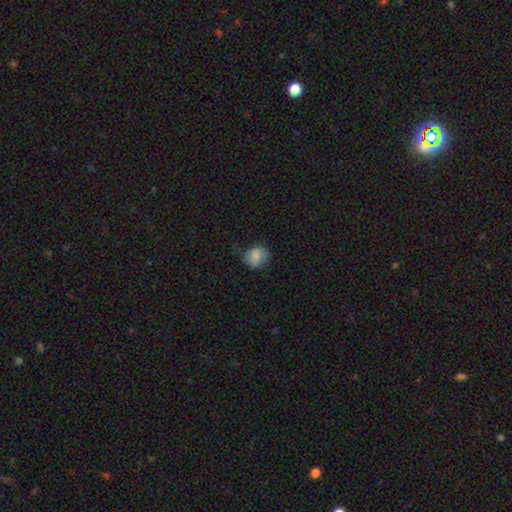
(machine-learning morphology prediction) Overall: smooth (77%). How rounded: round (71%). Merging: none (58%; minor disturbance 29%).